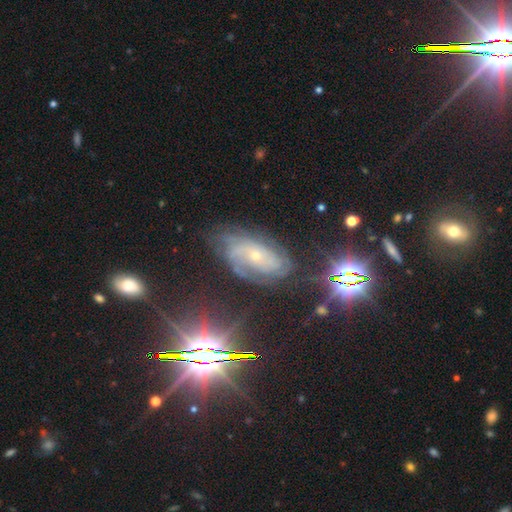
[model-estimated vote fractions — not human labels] Q: Smooth or featured?
A: featured or disk (72%); runner-up: star or artifact (18%)
Q: Edge-on disk?
A: no (93%); runner-up: yes (7%)
Q: Bar?
A: no (72%); runner-up: weak (22%)
Q: Spiral arms?
A: yes (94%); runner-up: no (6%)
Q: Spiral winding?
A: tight (64%); runner-up: medium (28%)
Q: Spiral arm count?
A: can't tell (43%); runner-up: 2 (21%)
Q: Bulge size?
A: small (74%); runner-up: moderate (23%)
Q: Merging?
A: none (68%); runner-up: minor disturbance (21%)